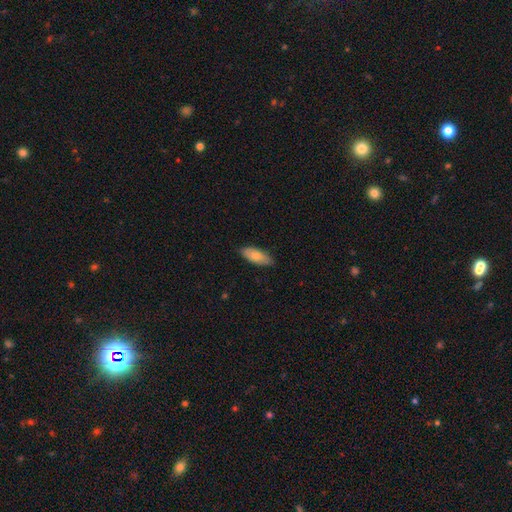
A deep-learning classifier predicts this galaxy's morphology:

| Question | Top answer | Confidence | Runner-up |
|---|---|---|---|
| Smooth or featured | smooth | 73% | featured or disk (21%) |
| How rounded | in between | 81% | cigar-shaped (16%) |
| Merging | none | 85% | minor disturbance (12%) |